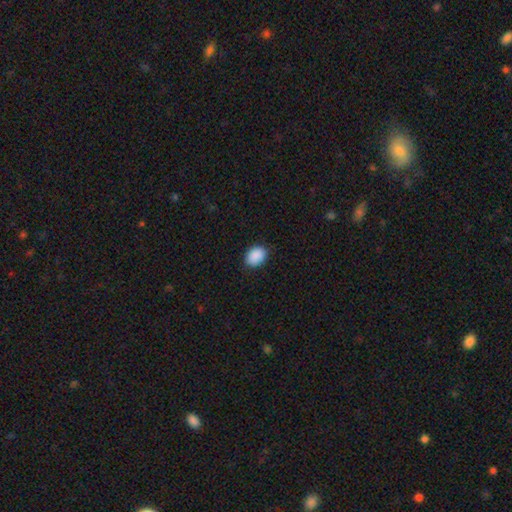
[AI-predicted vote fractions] Smooth or featured: smooth — 90% (star or artifact — 7%)
How rounded: in between — 72% (round — 27%)
Merging: none — 86% (minor disturbance — 11%)